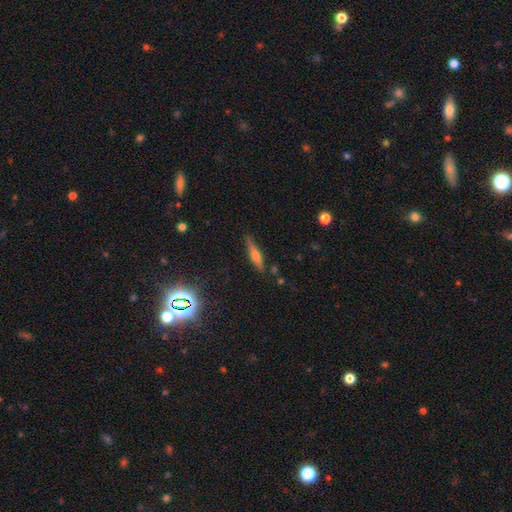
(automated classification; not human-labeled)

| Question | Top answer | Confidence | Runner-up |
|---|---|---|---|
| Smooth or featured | featured or disk | 47% | smooth (42%) |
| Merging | none | 81% | minor disturbance (14%) |